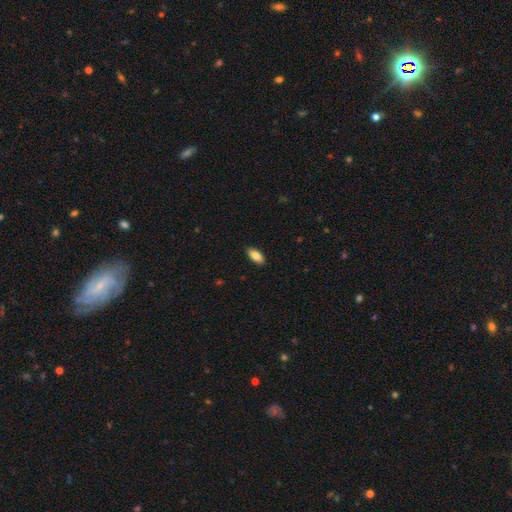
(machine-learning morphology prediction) smooth-or-featured: smooth: 83% | featured or disk: 10% | star or artifact: 7%
  how-rounded: in between: 88% | cigar-shaped: 10% | round: 2%
  merging: none: 89% | minor disturbance: 9% | major disturbance: 2% | merger: 1%